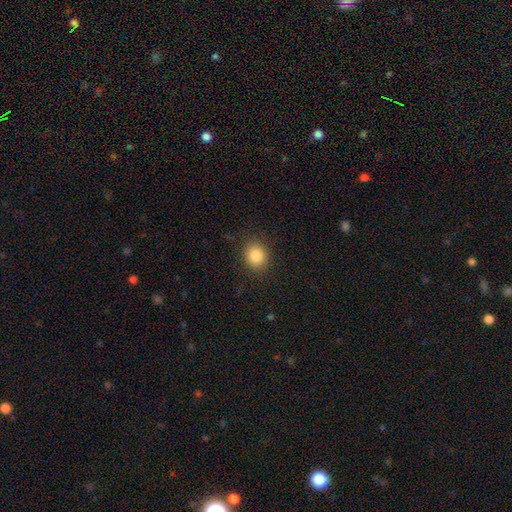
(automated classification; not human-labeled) smooth 85%, star or artifact 9%, featured or disk 5%. Down the decision tree: how rounded — round (67%); merging — none (87%).